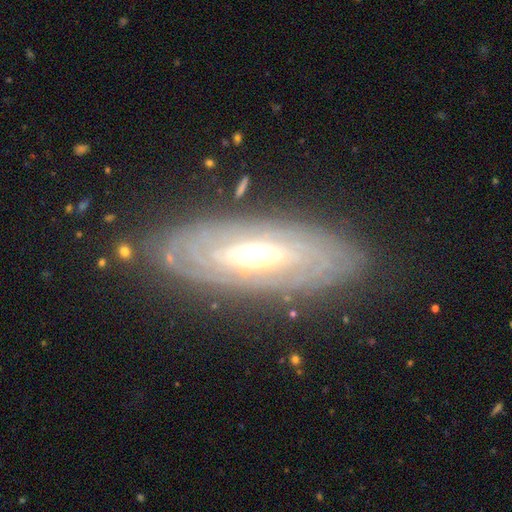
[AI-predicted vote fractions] Smooth or featured?
  - featured or disk: 81% *
  - smooth: 14%
  - star or artifact: 6%
Edge-on disk?
  - no: 81% *
  - yes: 19%
Bar?
  - no: 54% *
  - weak: 30%
  - strong: 16%
Spiral arms?
  - yes: 76% *
  - no: 24%
Bulge size?
  - moderate: 67% *
  - small: 20%
  - large: 10%
  - dominant: 1%
  - none: 1%
Merging?
  - none: 82% *
  - minor disturbance: 12%
  - major disturbance: 4%
  - merger: 1%